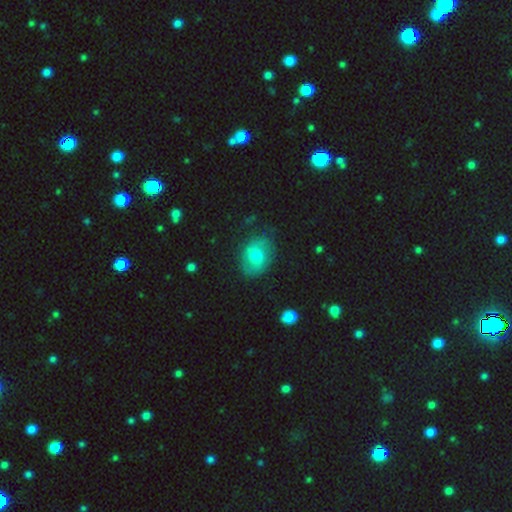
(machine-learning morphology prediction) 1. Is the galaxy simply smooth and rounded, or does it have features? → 54% smooth, 38% featured or disk, 8% star or artifact.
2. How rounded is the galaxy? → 65% in between, 34% round, 1% cigar-shaped.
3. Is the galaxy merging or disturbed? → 69% none, 21% minor disturbance, 8% major disturbance, 2% merger.